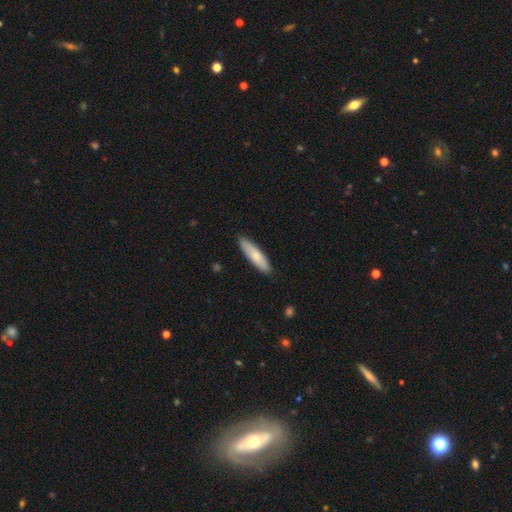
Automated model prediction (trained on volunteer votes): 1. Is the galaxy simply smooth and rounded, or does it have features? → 77% smooth, 18% featured or disk, 5% star or artifact.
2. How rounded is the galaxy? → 69% cigar-shaped, 30% in between, 2% round.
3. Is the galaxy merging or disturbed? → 88% none, 10% minor disturbance, 2% major disturbance, 1% merger.